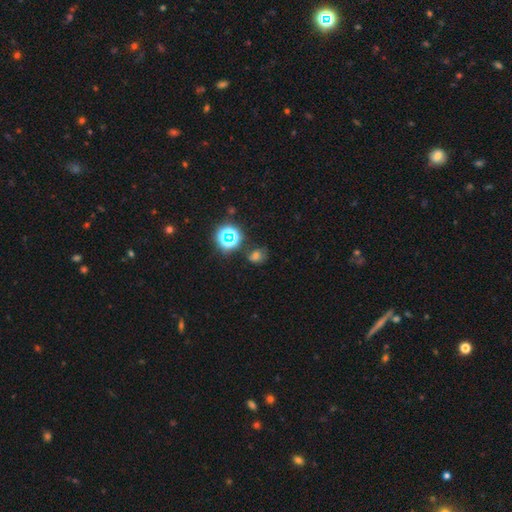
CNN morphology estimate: The model was most divided on "smooth or featured": smooth: 49%, star or artifact: 39%, featured or disk: 12%. More confident: merging — none (65%).